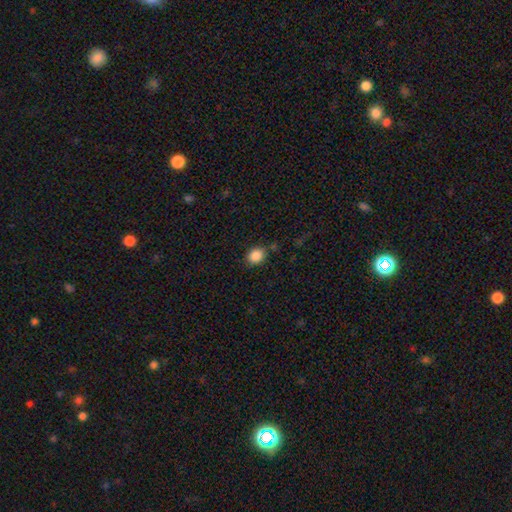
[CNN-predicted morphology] Q: Smooth or featured?
A: smooth (87%); runner-up: star or artifact (9%)
Q: How rounded?
A: round (50%); runner-up: in between (49%)
Q: Merging?
A: none (82%); runner-up: minor disturbance (12%)